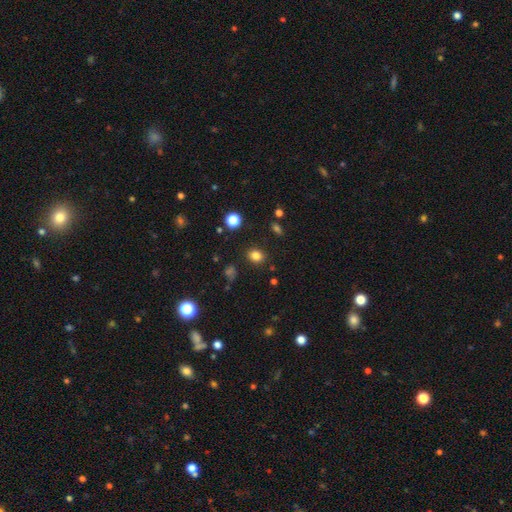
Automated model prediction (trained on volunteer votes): Morphology: type=smooth (81%); roundness=round (56%); merging=none (86%).